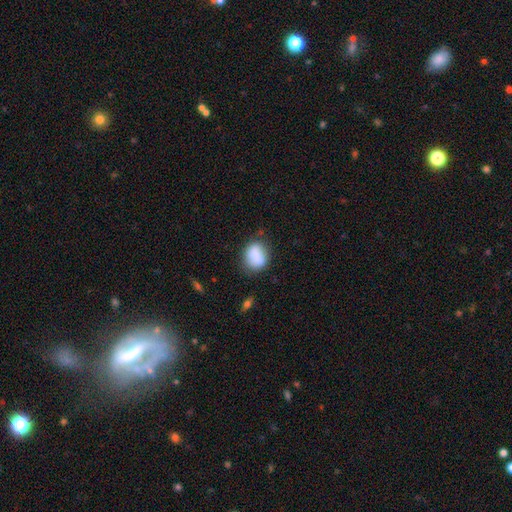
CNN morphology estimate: A smooth galaxy with no disk features (85%) that is in between round and cigar-shaped (59%). Merging: none (66%).